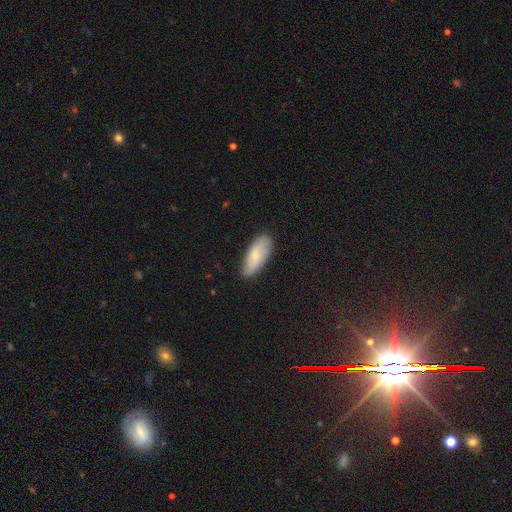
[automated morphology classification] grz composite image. It shows a smooth galaxy with no disk features (72%) that is in between round and cigar-shaped (76%). Merging: none (83%).